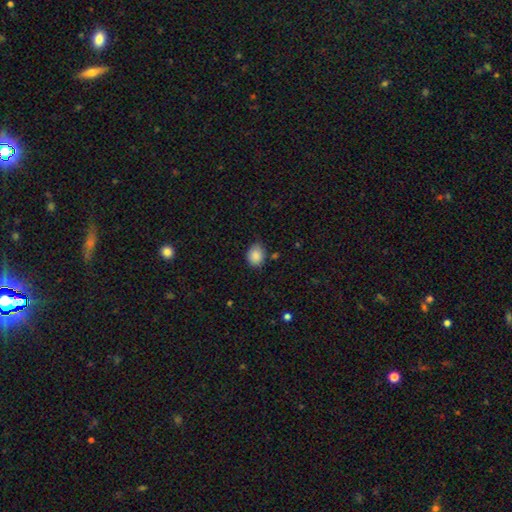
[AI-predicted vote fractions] A smooth galaxy with no disk features (87%) that is in between round and cigar-shaped (52%).

Vote fractions:
- Smooth or featured? smooth: 87% / star or artifact: 9% / featured or disk: 4%
- How rounded? in between: 52% / round: 47% / cigar-shaped: 1%
- Merging? none: 72% / minor disturbance: 22% / major disturbance: 3% / merger: 2%